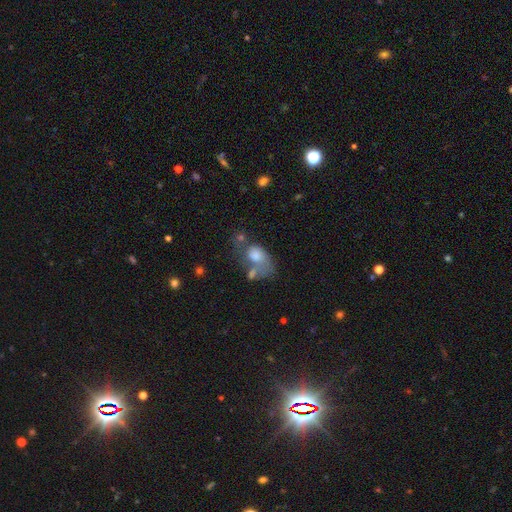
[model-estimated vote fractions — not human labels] This appears to be a smooth galaxy with no disk features (66%) that is in between round and cigar-shaped (78%). Merging: none (29%).